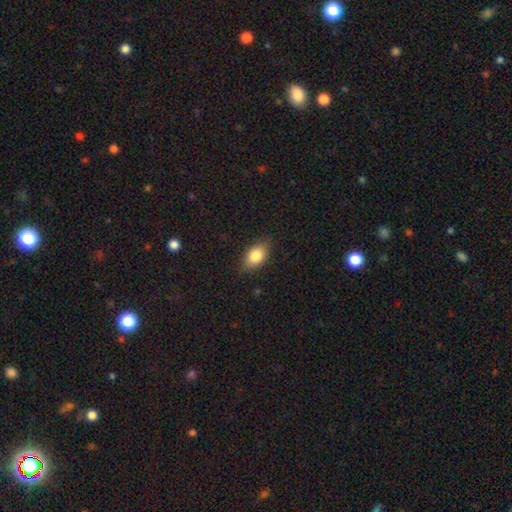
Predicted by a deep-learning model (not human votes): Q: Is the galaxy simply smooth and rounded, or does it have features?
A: smooth — 80%.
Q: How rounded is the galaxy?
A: in between — 84%.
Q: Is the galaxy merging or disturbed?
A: none — 80%.